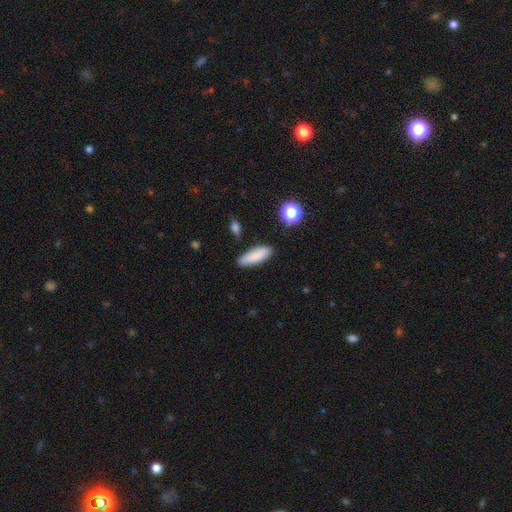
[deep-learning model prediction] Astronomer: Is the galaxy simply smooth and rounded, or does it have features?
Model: smooth — 85%.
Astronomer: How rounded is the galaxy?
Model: in between — 57% (runner-up: cigar-shaped, 41%).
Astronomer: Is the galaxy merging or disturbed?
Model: none — 84%.